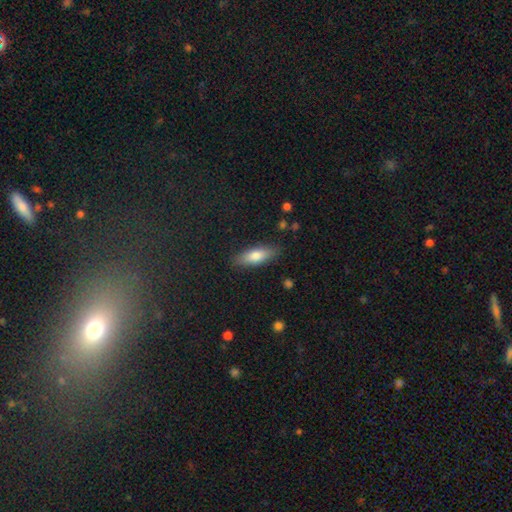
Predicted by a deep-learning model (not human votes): Morphology: type=smooth (73%); roundness=in between (56%); merging=none (86%).